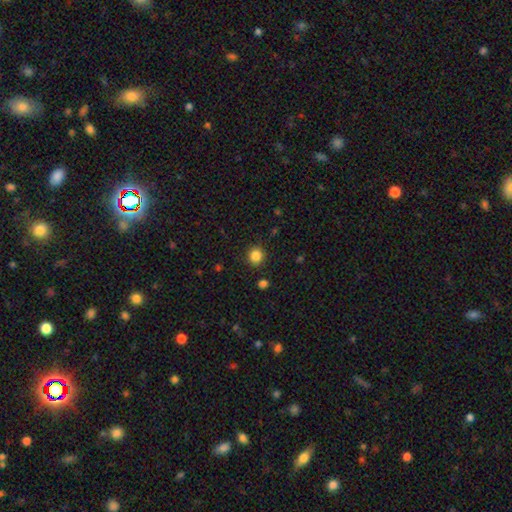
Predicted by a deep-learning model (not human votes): Smooth or featured? Predicted: smooth (p=0.85). How rounded? Predicted: round (p=0.89). Merging? Predicted: none (p=0.89).